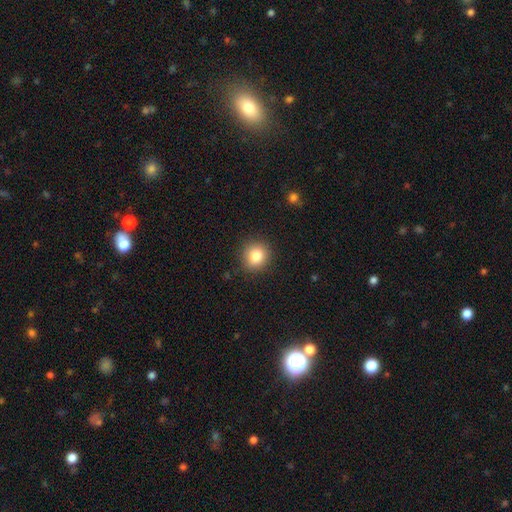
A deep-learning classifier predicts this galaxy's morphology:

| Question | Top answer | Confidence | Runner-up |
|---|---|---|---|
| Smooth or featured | smooth | 83% | star or artifact (11%) |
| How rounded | round | 84% | in between (15%) |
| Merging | none | 89% | minor disturbance (8%) |